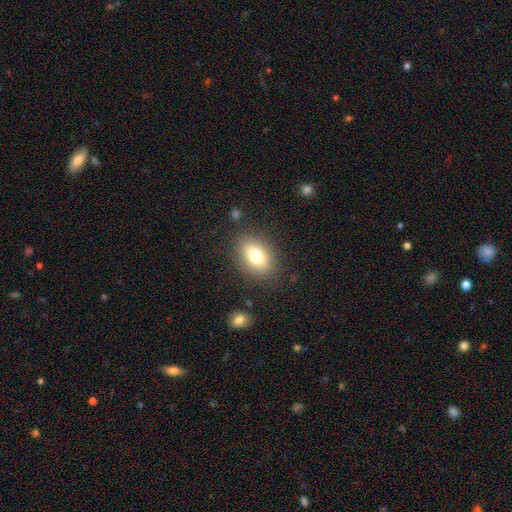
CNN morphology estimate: Smooth or featured: smooth — 74% (featured or disk — 16%)
How rounded: in between — 77% (round — 21%)
Merging: none — 84% (minor disturbance — 10%)